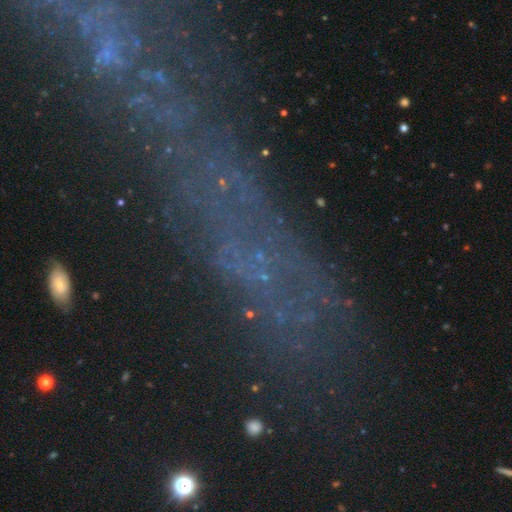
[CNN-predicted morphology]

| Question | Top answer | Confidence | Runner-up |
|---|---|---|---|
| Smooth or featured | star or artifact | 49% | featured or disk (30%) |